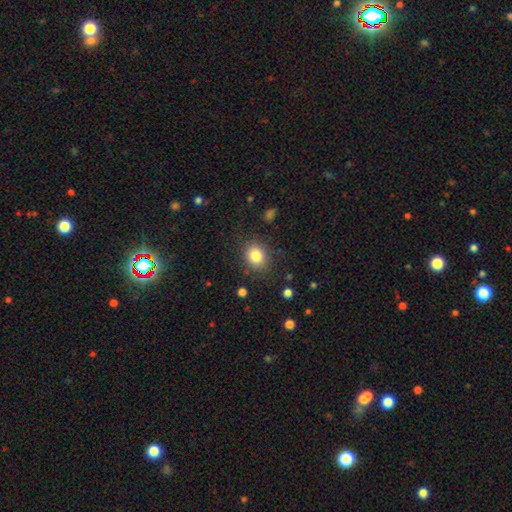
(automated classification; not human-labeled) Overall: smooth (82%). How rounded: round (57%; in between 42%). Merging: none (84%).